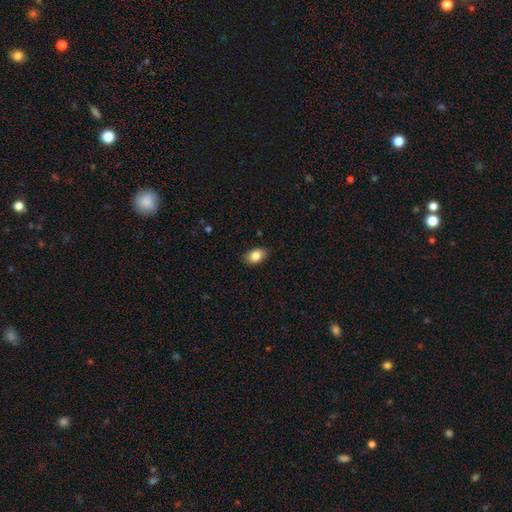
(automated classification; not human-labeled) Smooth or featured: smooth — 84% (star or artifact — 8%)
How rounded: in between — 86% (round — 13%)
Merging: none — 86% (minor disturbance — 11%)